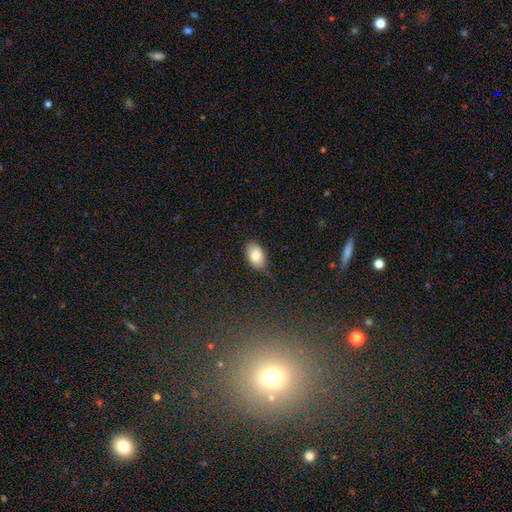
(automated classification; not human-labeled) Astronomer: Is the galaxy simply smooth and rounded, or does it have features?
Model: smooth — 82%.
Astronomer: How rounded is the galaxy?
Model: in between — 92%.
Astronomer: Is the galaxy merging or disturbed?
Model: none — 75%.